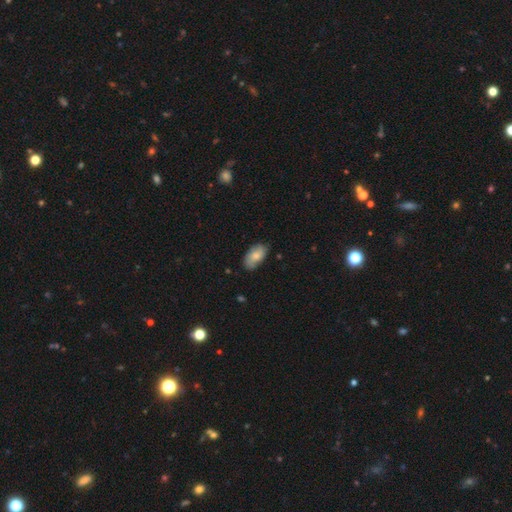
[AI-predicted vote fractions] The model was most divided on "merging": none: 73%, minor disturbance: 22%, major disturbance: 4%, merger: 1%. More confident: how rounded — in between (94%); smooth or featured — smooth (72%).